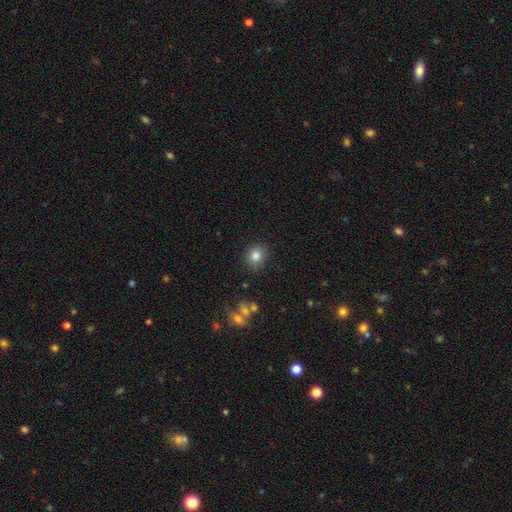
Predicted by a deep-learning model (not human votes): This appears to be a smooth galaxy with no disk features (82%) that is round (79%). Merging: none (84%).